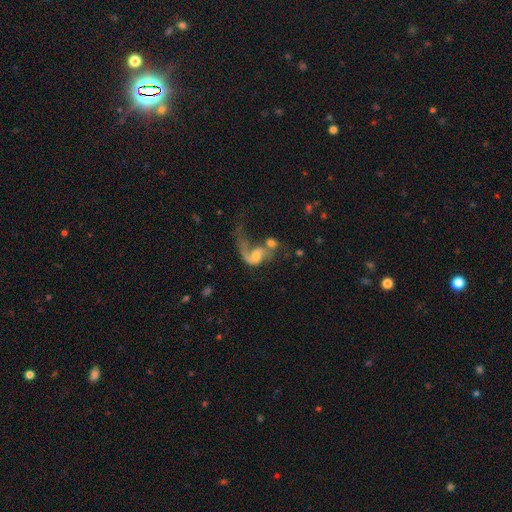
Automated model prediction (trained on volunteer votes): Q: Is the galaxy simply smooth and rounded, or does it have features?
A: featured or disk — 66%.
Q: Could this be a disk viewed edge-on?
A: no — 96%.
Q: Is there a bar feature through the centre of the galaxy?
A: no — 60%.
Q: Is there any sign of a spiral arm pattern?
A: yes — 82%.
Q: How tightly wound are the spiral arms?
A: loose — 78%.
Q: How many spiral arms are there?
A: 1 — 66%.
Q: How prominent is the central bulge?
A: moderate — 46%.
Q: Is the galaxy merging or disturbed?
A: merger — 47%.